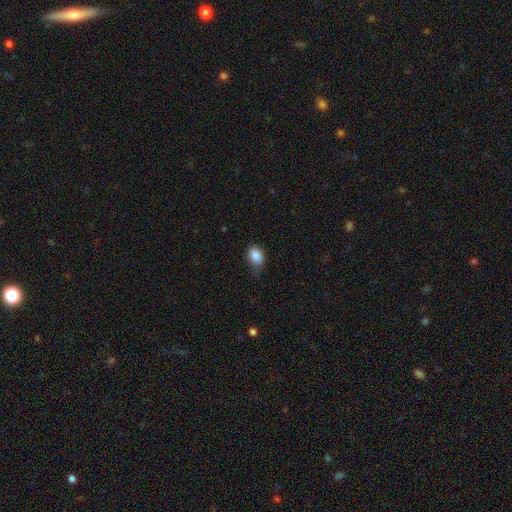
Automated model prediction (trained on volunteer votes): Smooth or featured: smooth — 87% (star or artifact — 8%)
How rounded: in between — 77% (round — 22%)
Merging: none — 62% (minor disturbance — 30%)